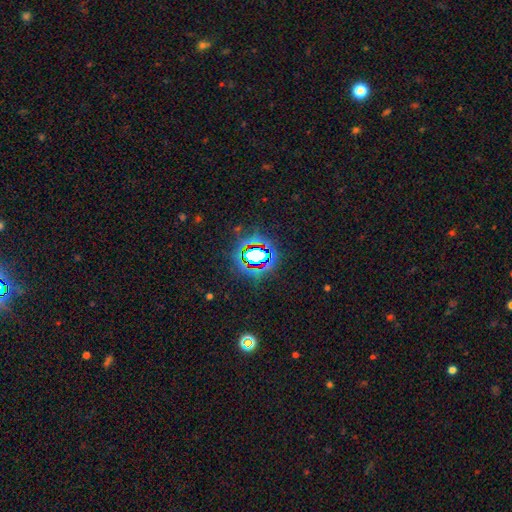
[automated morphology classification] smooth-or-featured: star or artifact: 71% | smooth: 18% | featured or disk: 11%